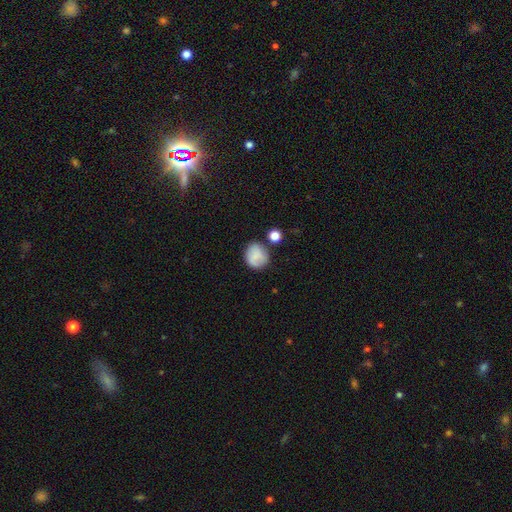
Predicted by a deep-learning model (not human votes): Overall: smooth (79%). How rounded: round (80%). Merging: none (69%).